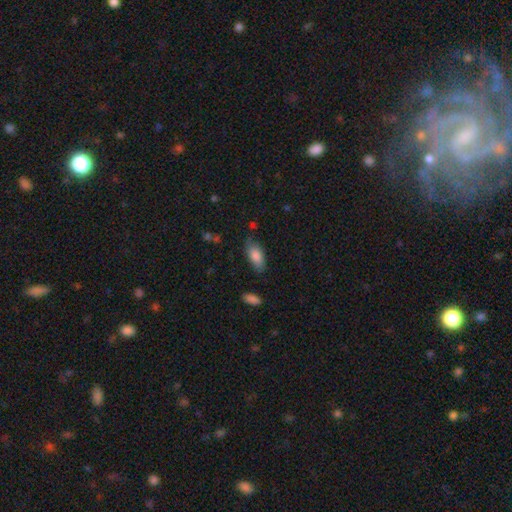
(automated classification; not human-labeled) Smooth or featured: smooth — 84% (featured or disk — 10%)
How rounded: in between — 89% (cigar-shaped — 9%)
Merging: none — 74% (minor disturbance — 19%)